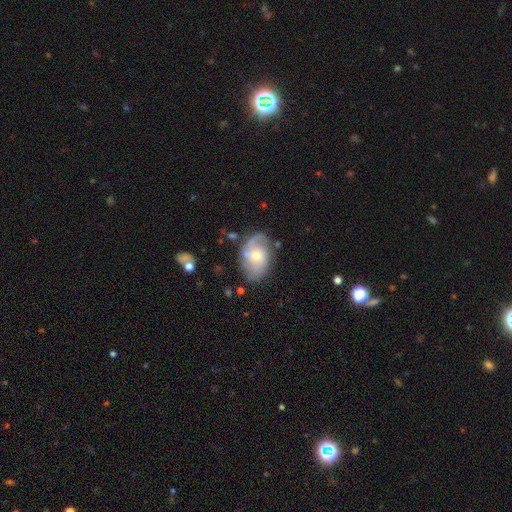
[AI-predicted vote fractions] This is likely a featured or disk galaxy (67%). It is clearly not viewed edge-on (95%). Bar: likely no (64%). Spiral arm pattern: clearly yes (85%). Spiral arm count: possibly 2 (58%). Spiral winding: marginally medium (43%). Central bulge: possibly moderate (52%). Merging: likely none (64%).